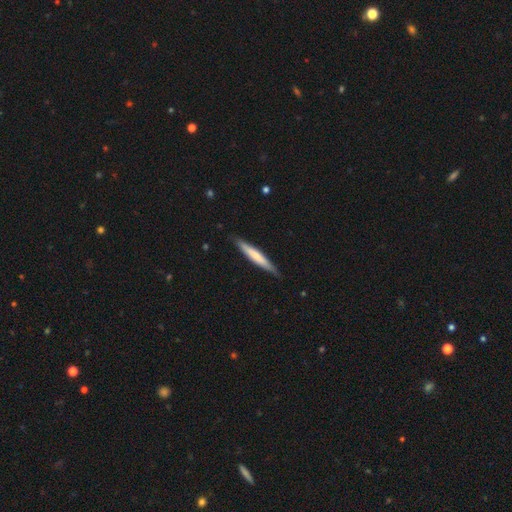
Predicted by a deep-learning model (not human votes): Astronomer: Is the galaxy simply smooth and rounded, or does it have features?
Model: smooth — 58% (runner-up: featured or disk, 37%).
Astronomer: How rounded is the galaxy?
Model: cigar-shaped — 94%.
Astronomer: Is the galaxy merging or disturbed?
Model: none — 85%.